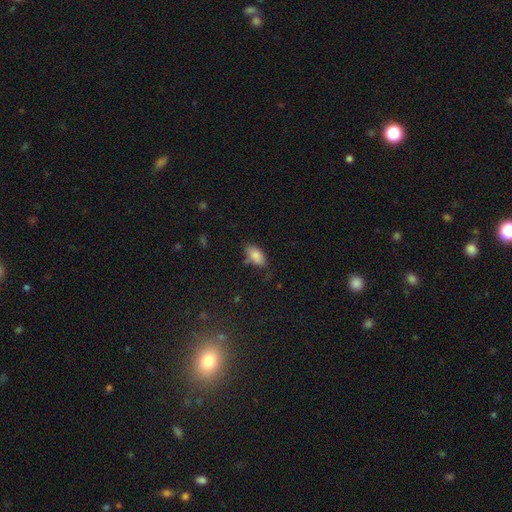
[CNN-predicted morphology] Smooth or featured: smooth — 85% (star or artifact — 8%)
How rounded: in between — 92% (cigar-shaped — 5%)
Merging: none — 72% (minor disturbance — 20%)